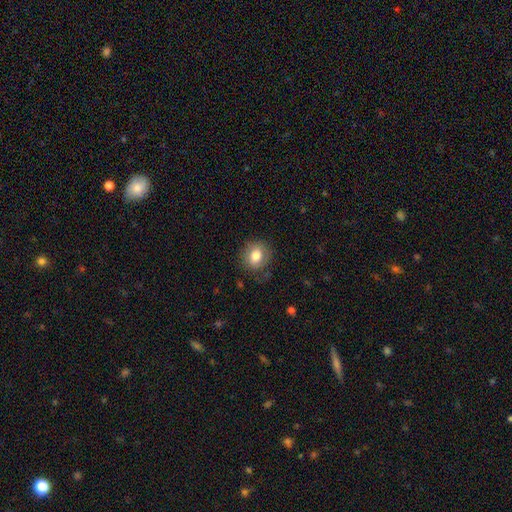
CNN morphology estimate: Smooth or featured: smooth — 78% (featured or disk — 13%)
How rounded: round — 72% (in between — 27%)
Merging: none — 77% (minor disturbance — 16%)